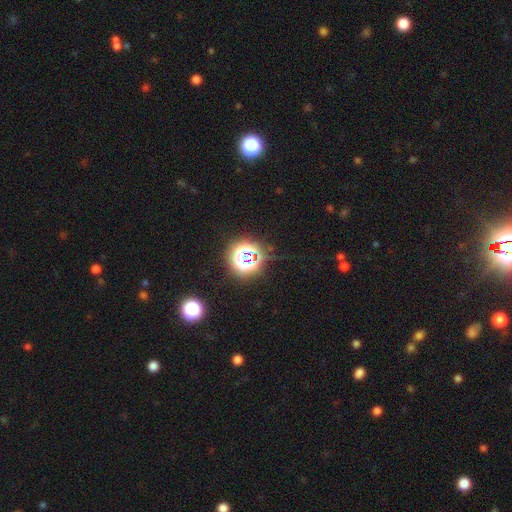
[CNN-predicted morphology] type=star or artifact (78%).